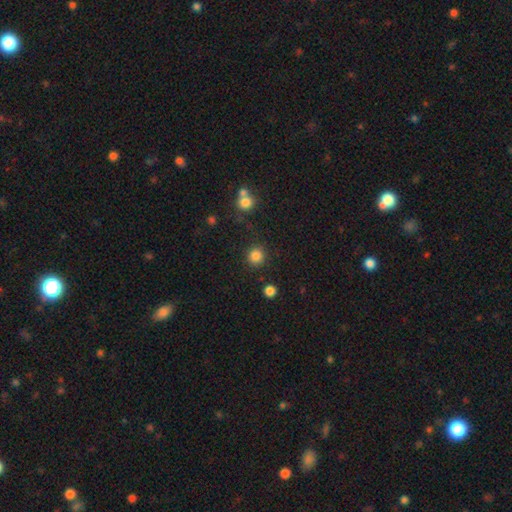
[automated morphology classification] smooth 85%, star or artifact 12%, featured or disk 4%. Down the decision tree: how rounded — round (92%); merging — none (88%).